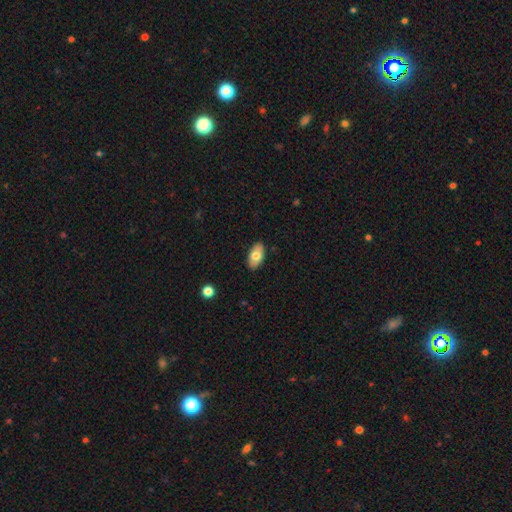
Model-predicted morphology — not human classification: This appears to be a smooth galaxy with no disk features (74%) that is in between round and cigar-shaped (94%). Merging: none (88%).